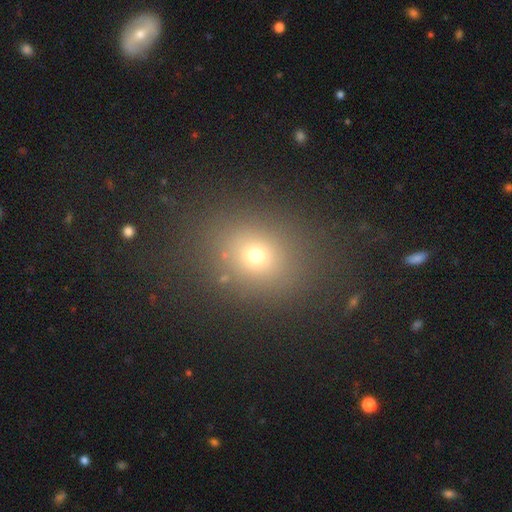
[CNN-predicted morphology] A smooth galaxy with no disk features (67%) that is round (58%).

Vote fractions:
- Smooth or featured? smooth: 67% / star or artifact: 24% / featured or disk: 10%
- How rounded? round: 58% / in between: 41% / cigar-shaped: 1%
- Merging? none: 84% / minor disturbance: 9% / major disturbance: 5% / merger: 2%